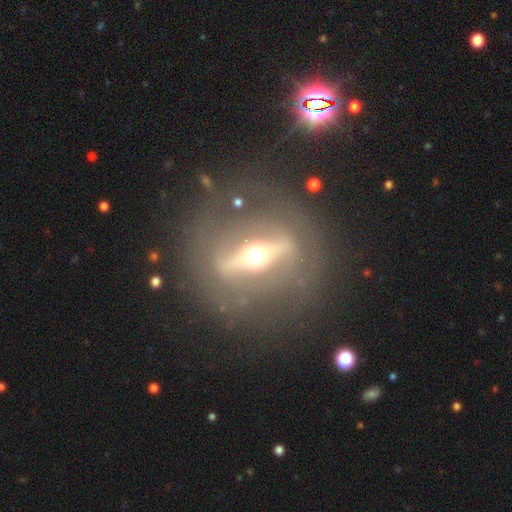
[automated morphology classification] A featured or disk galaxy (83%).

Vote fractions:
- Smooth or featured? featured or disk: 83% / smooth: 10% / star or artifact: 7%
- Edge-on disk? no: 56% / yes: 44%
- Merging? none: 77% / minor disturbance: 11% / major disturbance: 10% / merger: 2%